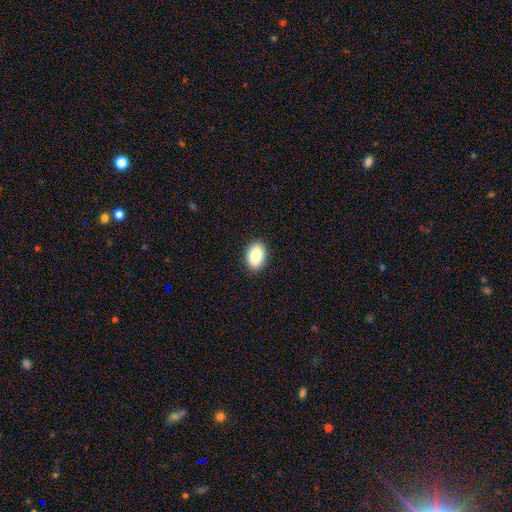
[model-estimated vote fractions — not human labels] Morphology: type=smooth (86%); roundness=in between (83%); merging=none (90%).